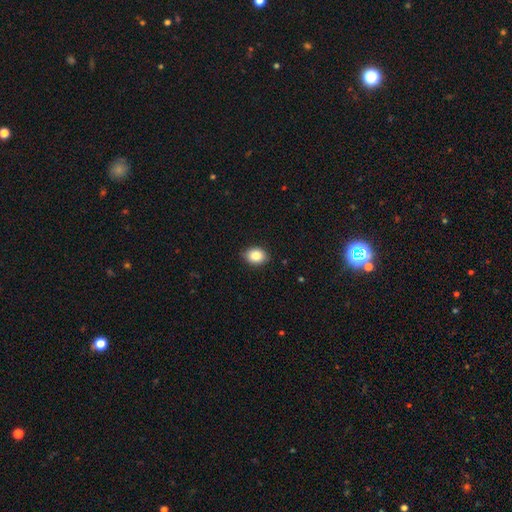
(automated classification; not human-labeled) Smooth or featured: smooth — 86% (star or artifact — 8%)
How rounded: in between — 62% (round — 37%)
Merging: none — 87% (minor disturbance — 10%)